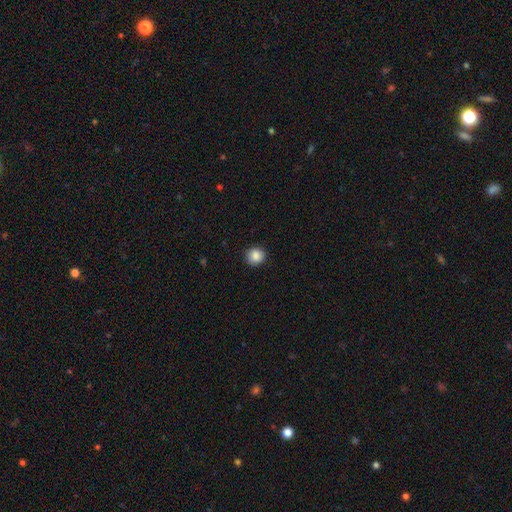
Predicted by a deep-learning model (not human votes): The model was most divided on "how rounded": round: 88%, in between: 11%, cigar-shaped: 1%. More confident: merging — none (90%); smooth or featured — smooth (87%).